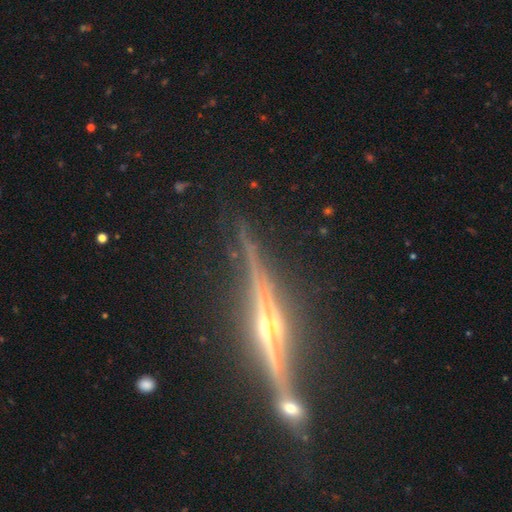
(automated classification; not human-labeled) smooth-or-featured: featured or disk: 88% | star or artifact: 7% | smooth: 5%
  disk-edge-on: yes: 97% | no: 3%
    edge-on-bulge: rounded: 92% | none: 4% | boxy: 4%
  merging: none: 79% | minor disturbance: 11% | merger: 7% | major disturbance: 4%